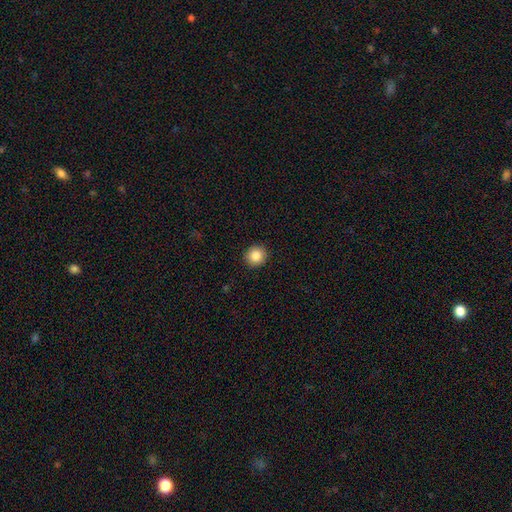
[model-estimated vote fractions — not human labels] Morphology: type=smooth (85%); roundness=round (91%); merging=none (93%).